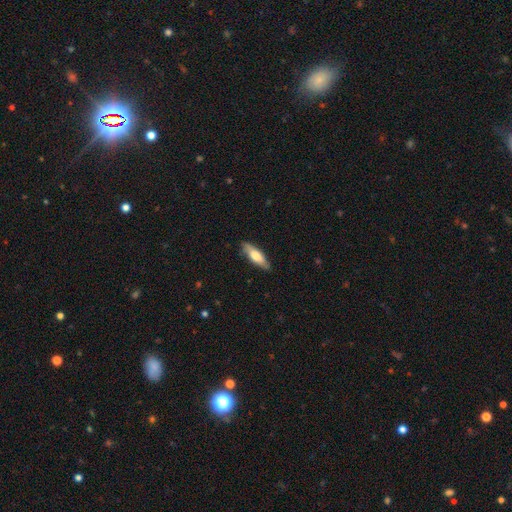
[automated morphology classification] A smooth galaxy with no disk features (64%) that is cigar-shaped (51%). Merging: none (84%).